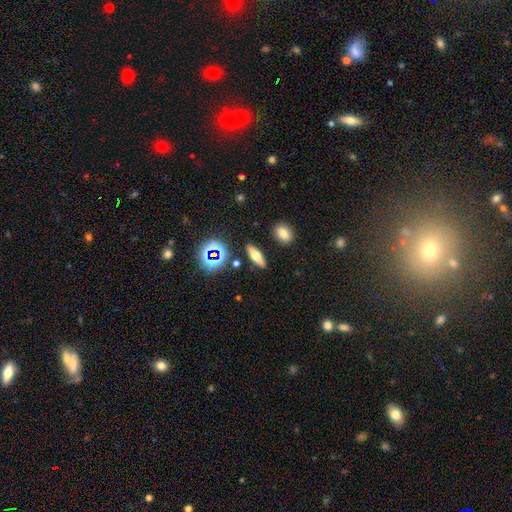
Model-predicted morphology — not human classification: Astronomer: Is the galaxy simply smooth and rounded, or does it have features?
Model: smooth — 47% (runner-up: featured or disk, 35%).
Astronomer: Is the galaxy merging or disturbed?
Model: none — 88%.